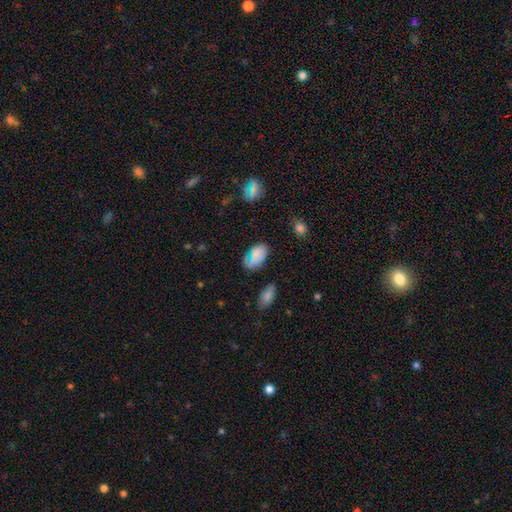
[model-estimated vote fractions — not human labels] Overall: smooth (73%). How rounded: in between (92%). Merging: none (65%).